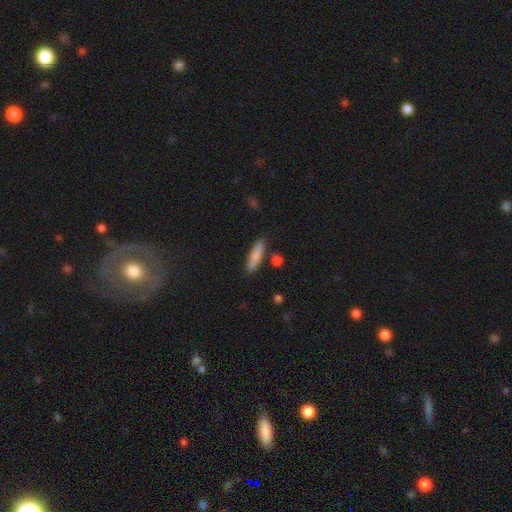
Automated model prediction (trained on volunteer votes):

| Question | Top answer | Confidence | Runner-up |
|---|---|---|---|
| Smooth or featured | smooth | 79% | featured or disk (15%) |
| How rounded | cigar-shaped | 76% | in between (22%) |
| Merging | none | 85% | minor disturbance (10%) |